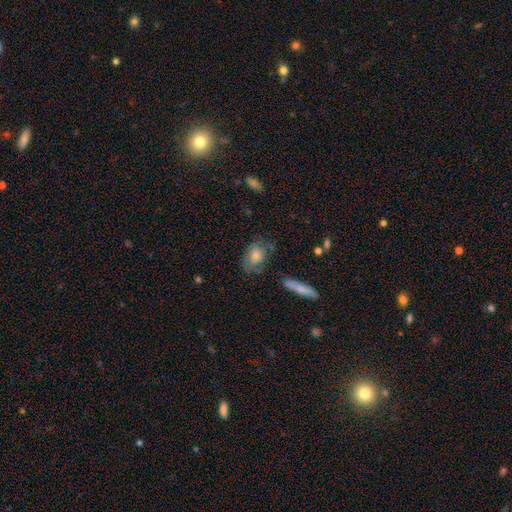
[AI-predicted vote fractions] Q: Smooth or featured?
A: smooth (64%); runner-up: featured or disk (28%)
Q: How rounded?
A: in between (75%); runner-up: round (21%)
Q: Merging?
A: none (58%); runner-up: minor disturbance (25%)